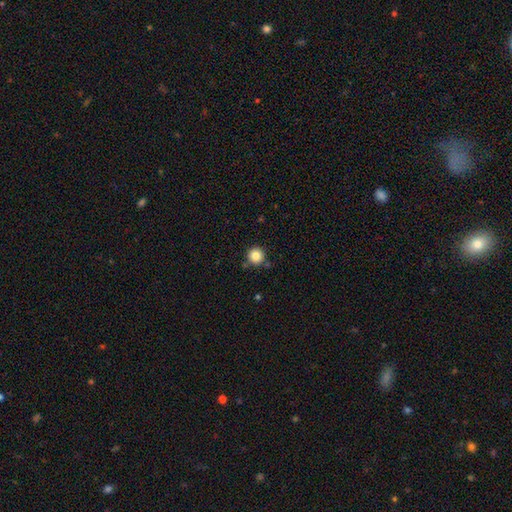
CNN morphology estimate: Smooth or featured? smooth (84%)
How rounded? round (95%)
Merging? none (86%)